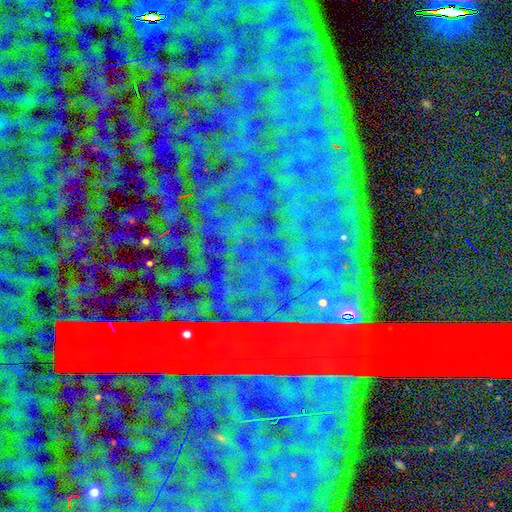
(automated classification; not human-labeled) This is clearly a star or artifact rather than a galaxy (87%).